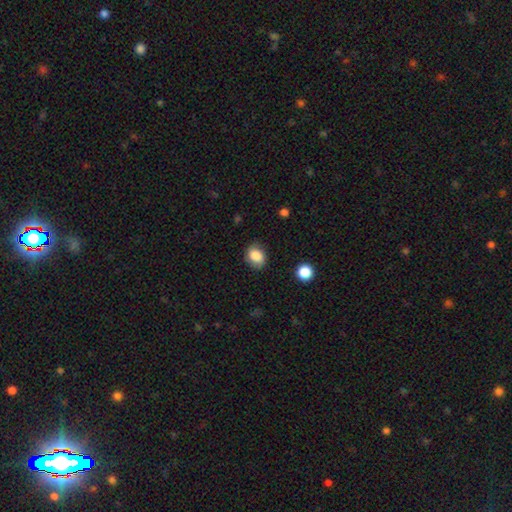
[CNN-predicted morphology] Smooth or featured? Predicted: smooth (p=0.84). How rounded? Predicted: in between (p=0.50). Merging? Predicted: none (p=0.78).